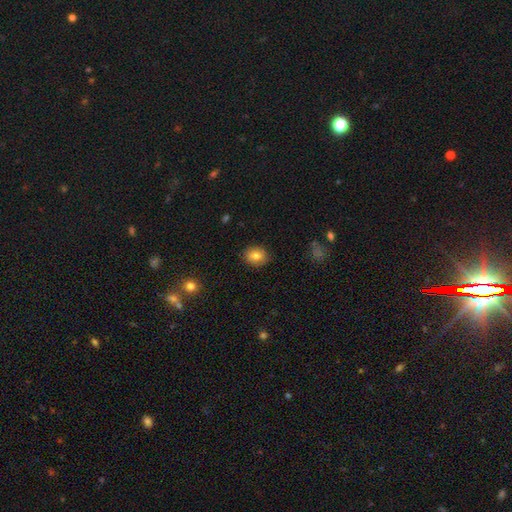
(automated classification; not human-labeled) This is clearly a smooth galaxy (82%). How rounded: possibly round (51%). Merging: clearly none (88%).